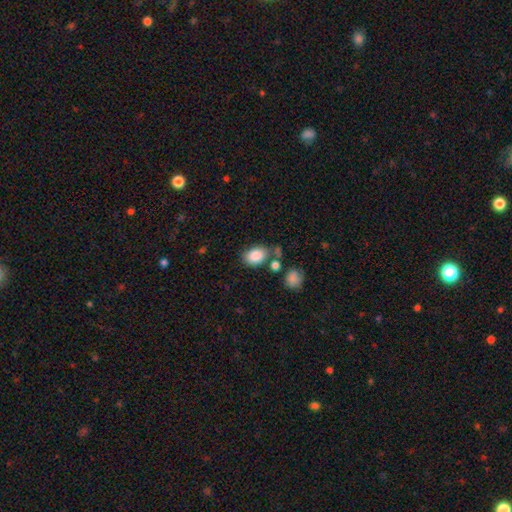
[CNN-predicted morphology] Smooth or featured: smooth — 86% (star or artifact — 8%)
How rounded: in between — 81% (round — 18%)
Merging: none — 68% (minor disturbance — 15%)